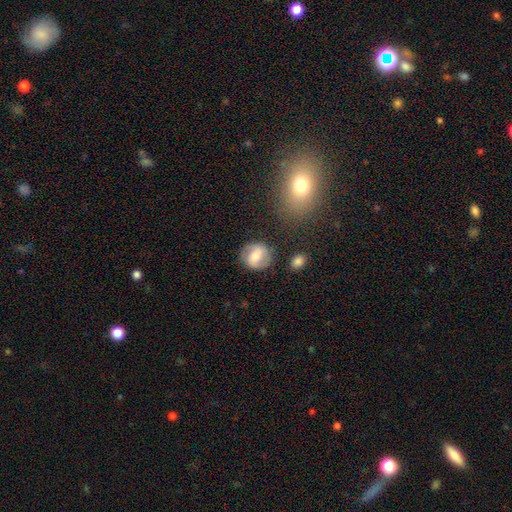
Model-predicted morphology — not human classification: This is possibly a smooth galaxy (54%). How rounded: clearly round (83%). Merging: likely none (79%).